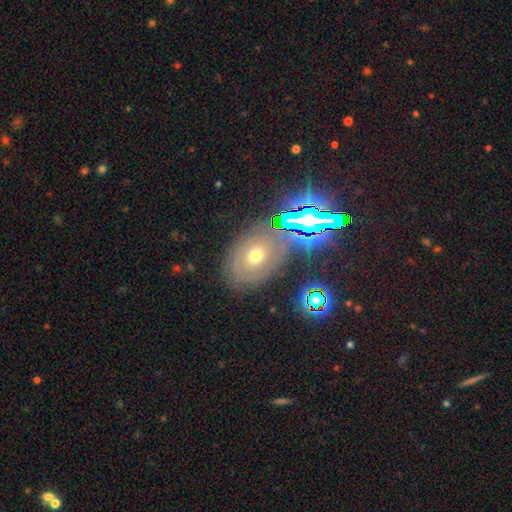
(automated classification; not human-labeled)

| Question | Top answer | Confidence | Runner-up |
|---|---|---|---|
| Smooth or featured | featured or disk | 42% | smooth (37%) |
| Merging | none | 73% | minor disturbance (16%) |